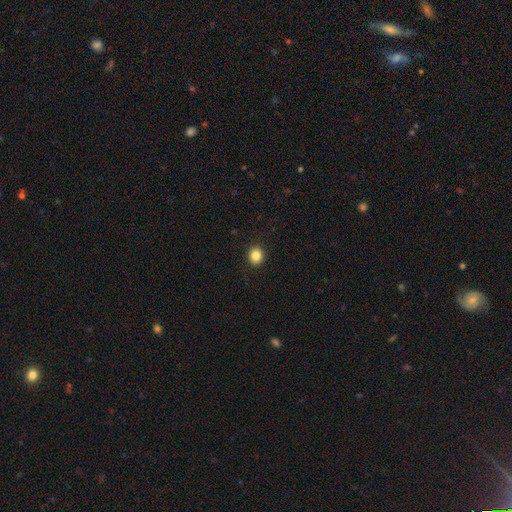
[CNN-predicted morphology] Overall: smooth (85%). How rounded: round (85%). Merging: none (93%).